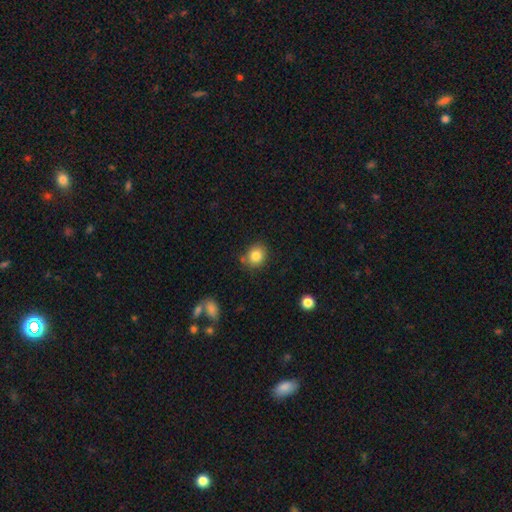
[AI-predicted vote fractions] Q: Smooth or featured?
A: smooth (84%); runner-up: star or artifact (10%)
Q: How rounded?
A: round (70%); runner-up: in between (29%)
Q: Merging?
A: none (78%); runner-up: minor disturbance (13%)